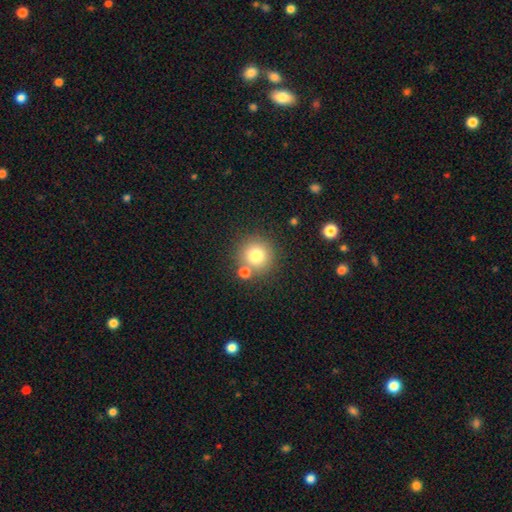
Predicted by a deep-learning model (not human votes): Overall: smooth (77%). How rounded: round (94%). Merging: none (75%).